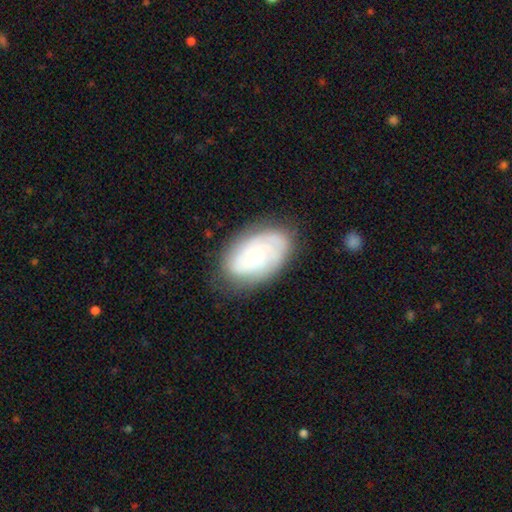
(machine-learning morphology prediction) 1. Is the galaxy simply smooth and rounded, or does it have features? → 64% featured or disk, 30% smooth, 6% star or artifact.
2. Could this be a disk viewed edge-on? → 95% no, 5% yes.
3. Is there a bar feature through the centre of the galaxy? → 78% no, 19% weak, 3% strong.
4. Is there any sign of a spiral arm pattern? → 80% yes, 20% no.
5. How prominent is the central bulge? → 55% moderate, 40% small, 3% large, 1% none, 1% dominant.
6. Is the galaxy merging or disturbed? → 76% none, 18% minor disturbance, 5% major disturbance, 1% merger.